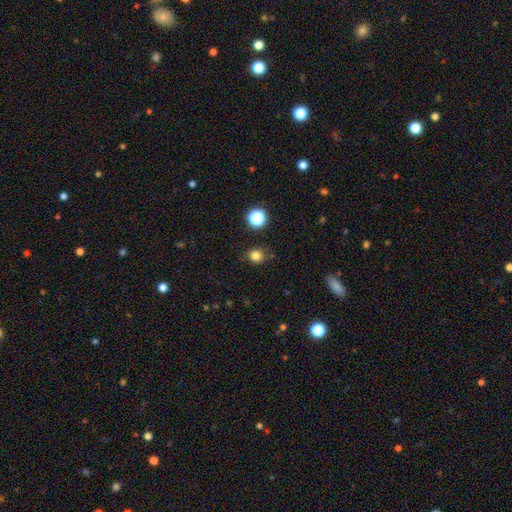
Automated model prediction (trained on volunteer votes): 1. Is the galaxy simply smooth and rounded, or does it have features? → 81% smooth, 14% star or artifact, 5% featured or disk.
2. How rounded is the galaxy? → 77% round, 22% in between, 1% cigar-shaped.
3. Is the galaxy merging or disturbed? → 86% none, 9% minor disturbance, 3% major disturbance, 2% merger.